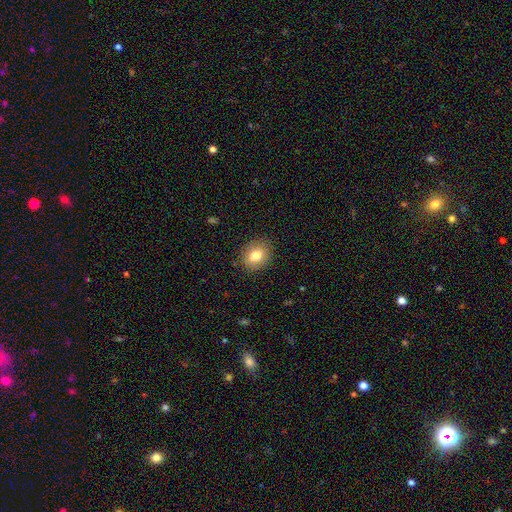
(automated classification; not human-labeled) Q: Smooth or featured?
A: smooth (78%); runner-up: featured or disk (12%)
Q: How rounded?
A: in between (50%); runner-up: round (49%)
Q: Merging?
A: none (87%); runner-up: minor disturbance (9%)